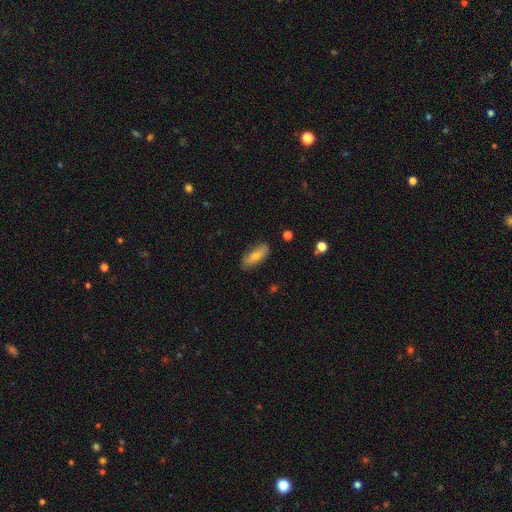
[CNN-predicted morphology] Smooth or featured?
  - smooth: 76% *
  - featured or disk: 17%
  - star or artifact: 7%
How rounded?
  - in between: 68% *
  - cigar-shaped: 30%
  - round: 2%
Merging?
  - none: 82% *
  - minor disturbance: 14%
  - major disturbance: 3%
  - merger: 2%